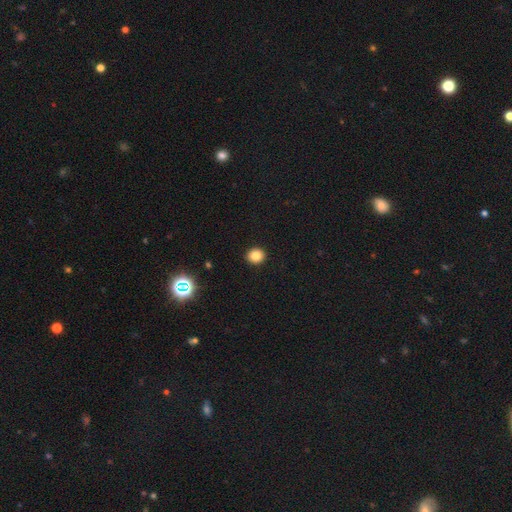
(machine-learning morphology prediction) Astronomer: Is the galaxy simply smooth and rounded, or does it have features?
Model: smooth — 82%.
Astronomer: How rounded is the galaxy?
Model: round — 82%.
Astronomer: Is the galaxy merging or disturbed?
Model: none — 92%.